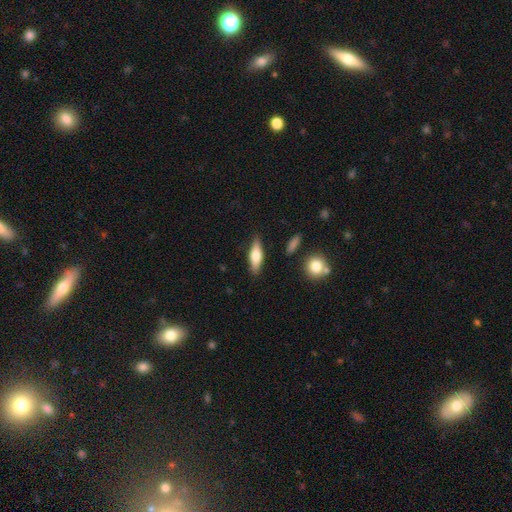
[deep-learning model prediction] smooth-or-featured: smooth: 62% | featured or disk: 32% | star or artifact: 6%
  how-rounded: in between: 51% | cigar-shaped: 46% | round: 3%
  merging: none: 85% | minor disturbance: 11% | major disturbance: 2% | merger: 2%